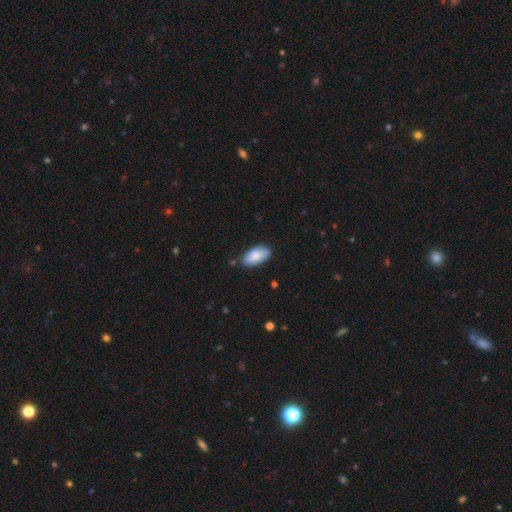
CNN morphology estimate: The model was most divided on "merging": none: 77%, minor disturbance: 18%, major disturbance: 3%, merger: 2%. More confident: how rounded — in between (92%); smooth or featured — smooth (84%).